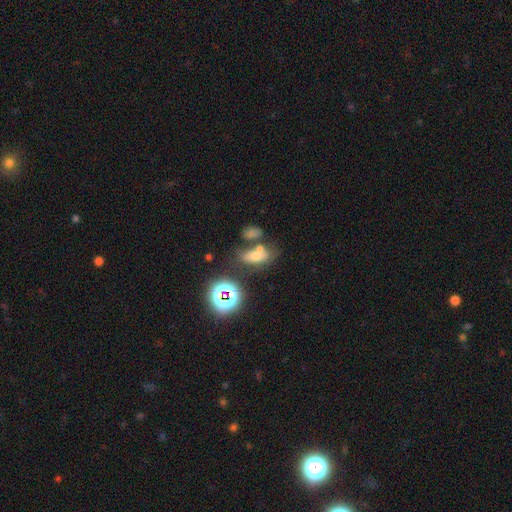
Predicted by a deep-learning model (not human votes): smooth-or-featured: smooth: 56% | star or artifact: 23% | featured or disk: 21%
  how-rounded: in between: 76% | round: 15% | cigar-shaped: 9%
  merging: none: 41% | merger: 32% | minor disturbance: 16% | major disturbance: 10%